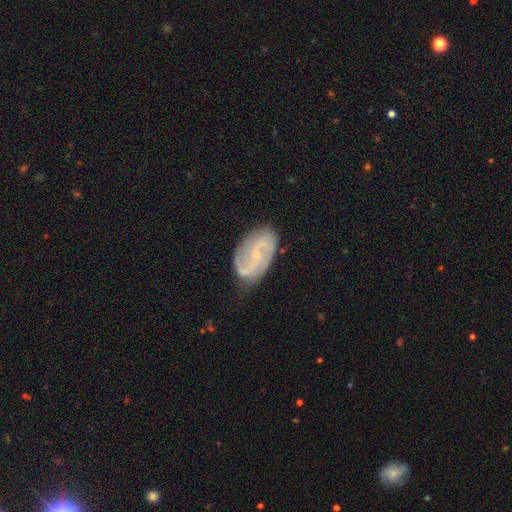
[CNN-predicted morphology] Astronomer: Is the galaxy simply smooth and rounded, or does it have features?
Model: featured or disk — 82%.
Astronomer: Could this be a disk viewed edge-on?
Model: no — 97%.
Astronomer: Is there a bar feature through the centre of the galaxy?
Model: no — 46% (runner-up: weak, 43%).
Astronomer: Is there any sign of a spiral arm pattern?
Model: yes — 95%.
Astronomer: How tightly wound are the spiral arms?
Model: medium — 48% (runner-up: tight, 32%).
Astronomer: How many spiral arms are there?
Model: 2 — 72%.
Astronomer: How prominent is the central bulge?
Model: small — 73%.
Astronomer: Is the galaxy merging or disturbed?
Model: none — 74%.